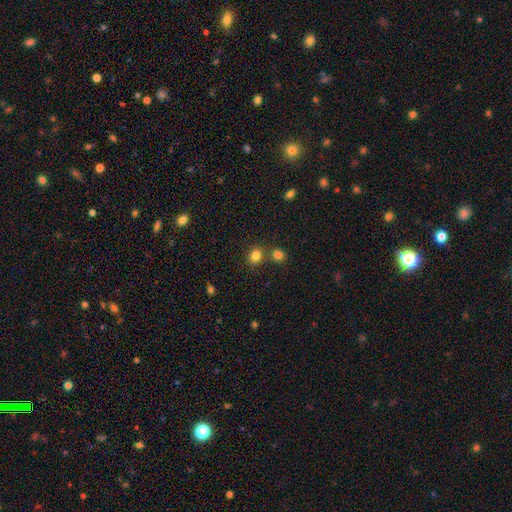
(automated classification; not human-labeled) Smooth or featured? Predicted: smooth (p=0.82). How rounded? Predicted: round (p=0.71). Merging? Predicted: none (p=0.68).